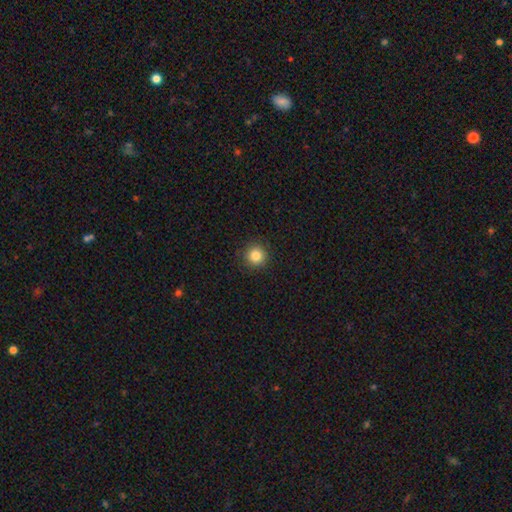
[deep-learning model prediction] Morphology: type=smooth (84%); roundness=round (95%); merging=none (91%).